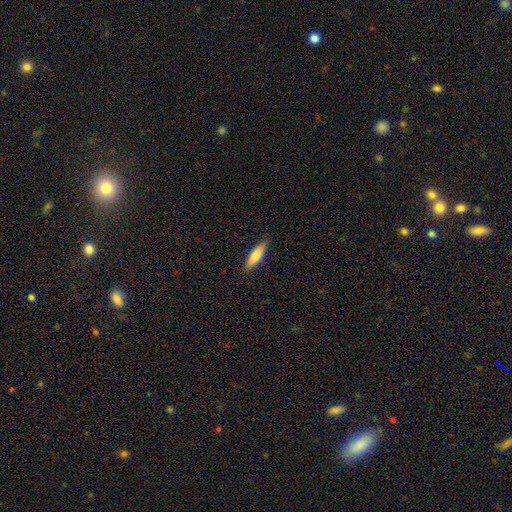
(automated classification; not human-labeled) A smooth galaxy with no disk features (79%) that is cigar-shaped (53%). Merging: none (87%).